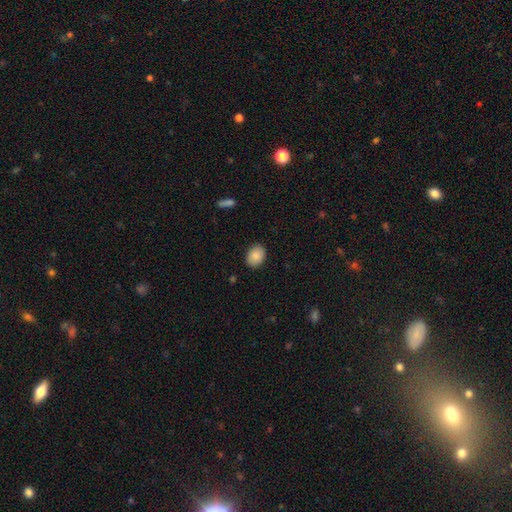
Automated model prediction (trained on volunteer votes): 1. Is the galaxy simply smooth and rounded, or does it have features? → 88% smooth, 7% star or artifact, 5% featured or disk.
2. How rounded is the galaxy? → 69% in between, 30% round, 1% cigar-shaped.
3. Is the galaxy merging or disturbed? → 88% none, 9% minor disturbance, 2% major disturbance, 1% merger.